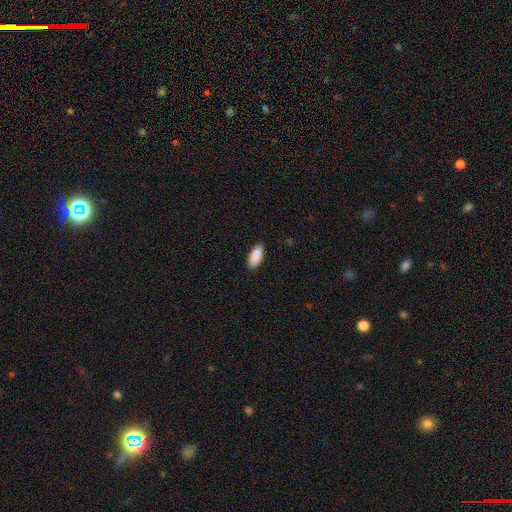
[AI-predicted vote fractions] A smooth galaxy with no disk features (90%) that is in between round and cigar-shaped (82%). Merging: none (86%).